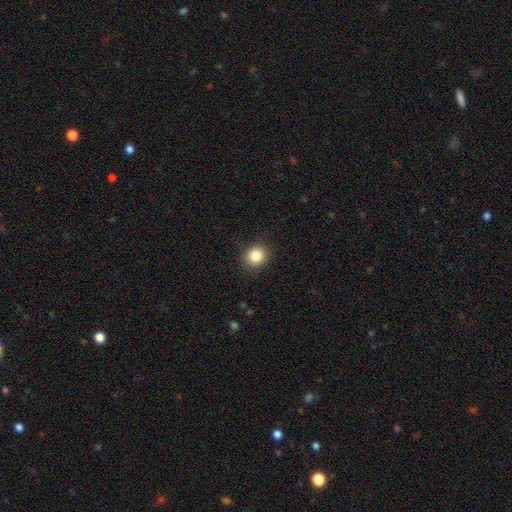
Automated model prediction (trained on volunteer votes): Smooth or featured: smooth — 85% (star or artifact — 10%)
How rounded: round — 80% (in between — 19%)
Merging: none — 88% (minor disturbance — 8%)